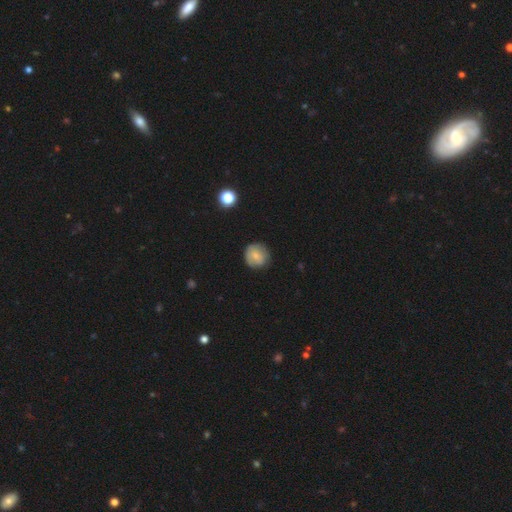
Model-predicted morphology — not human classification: type=smooth (70%); roundness=round (90%); merging=none (81%).